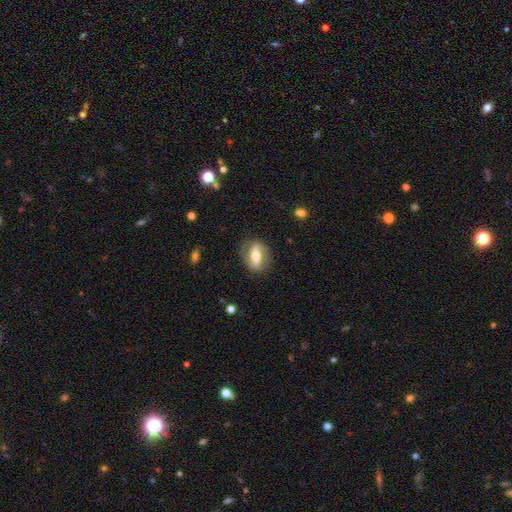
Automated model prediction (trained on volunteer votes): smooth_or_featured: featured or disk (p=0.57) [alt: smooth p=0.37]
disk_edge_on: no (p=0.84) [alt: yes p=0.16]
merging: none (p=0.81) [alt: minor disturbance p=0.13]